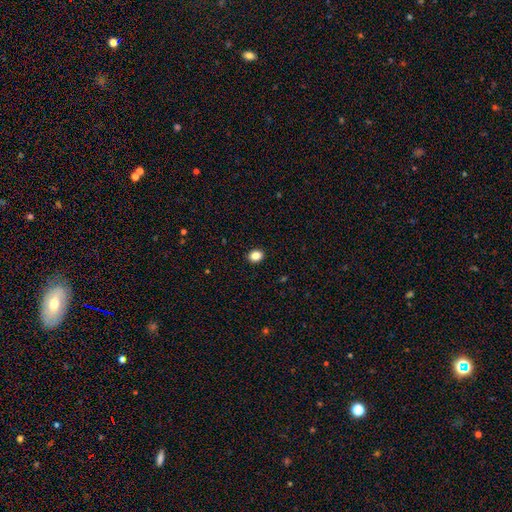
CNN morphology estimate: Overall: smooth (86%). How rounded: round (56%; in between 43%). Merging: none (92%).